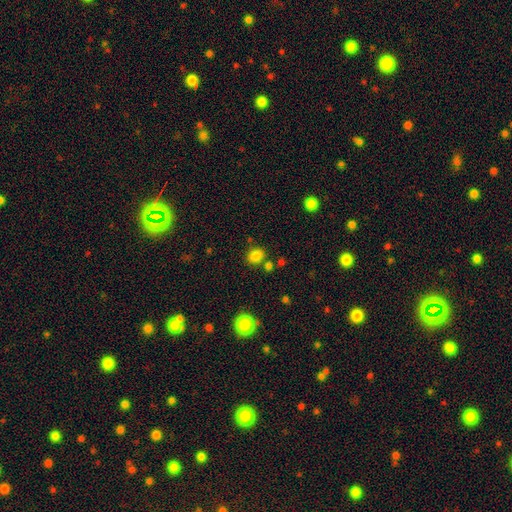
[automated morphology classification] type=smooth (83%); roundness=round (50%); merging=none (76%).